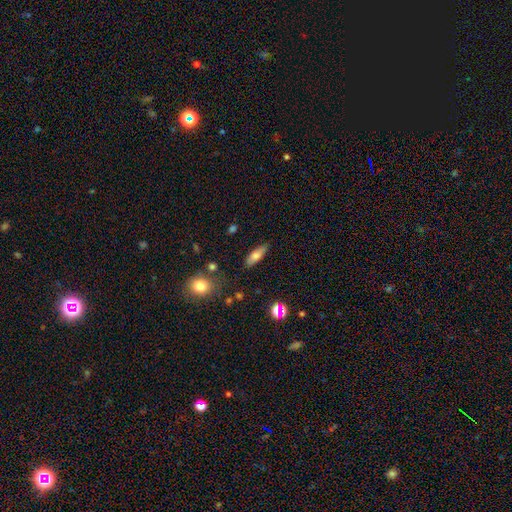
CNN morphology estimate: Smooth or featured? Predicted: smooth (p=0.68). How rounded? Predicted: in between (p=0.54). Merging? Predicted: none (p=0.81).